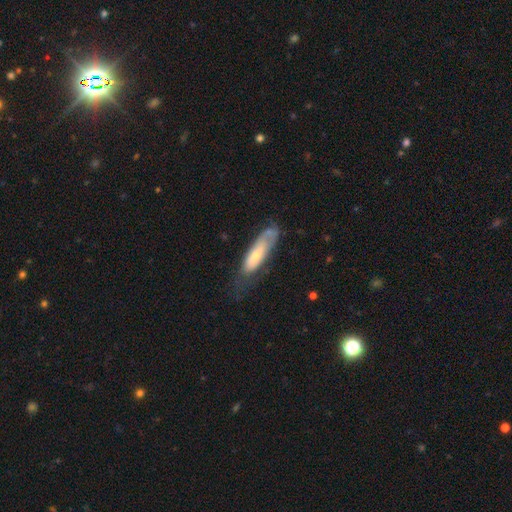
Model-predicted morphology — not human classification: Q: Smooth or featured?
A: smooth (53%); runner-up: featured or disk (40%)
Q: How rounded?
A: cigar-shaped (57%); runner-up: in between (42%)
Q: Merging?
A: none (47%); runner-up: minor disturbance (31%)